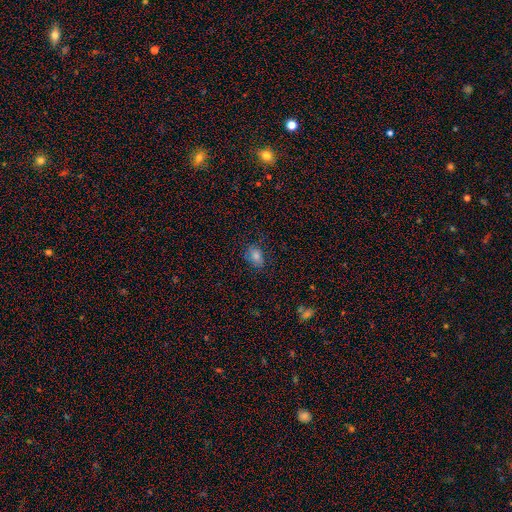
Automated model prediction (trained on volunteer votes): Smooth or featured: smooth — 67% (star or artifact — 21%)
How rounded: in between — 67% (round — 31%)
Merging: none — 76% (minor disturbance — 17%)